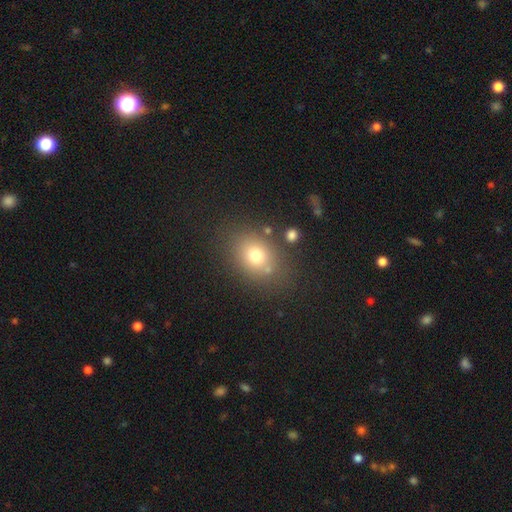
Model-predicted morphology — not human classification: This is likely a smooth galaxy (73%). How rounded: possibly in between (57%). Merging: likely none (74%).